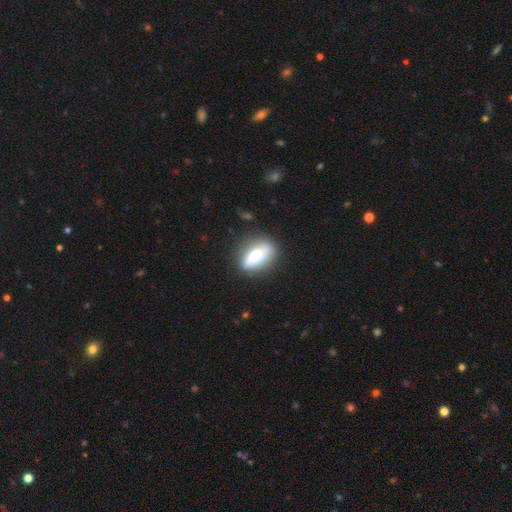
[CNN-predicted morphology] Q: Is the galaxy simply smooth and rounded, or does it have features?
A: smooth — 56%.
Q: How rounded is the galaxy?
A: in between — 79%.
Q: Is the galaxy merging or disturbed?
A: none — 75%.